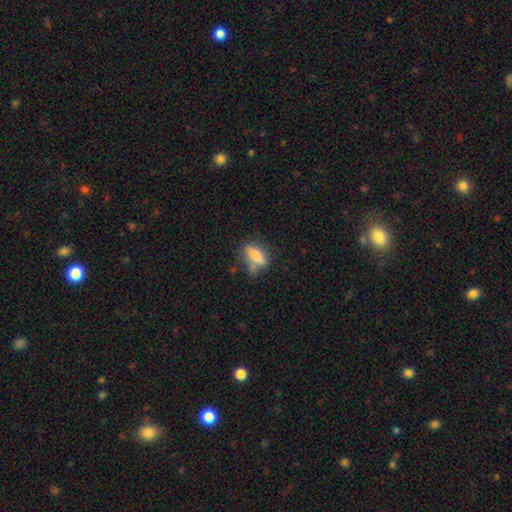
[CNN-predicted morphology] smooth 70%, featured or disk 21%, star or artifact 9%. Down the decision tree: how rounded — in between (68%); merging — none (51%).